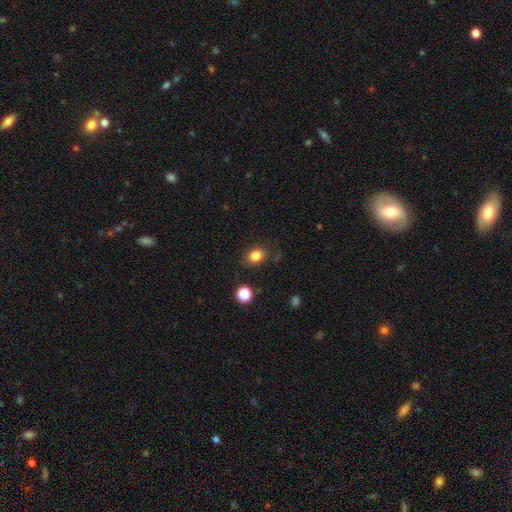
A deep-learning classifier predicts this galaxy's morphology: type=smooth (83%); roundness=in between (52%); merging=none (80%).